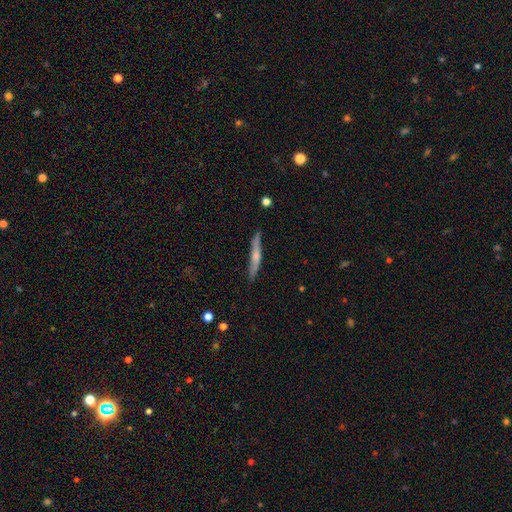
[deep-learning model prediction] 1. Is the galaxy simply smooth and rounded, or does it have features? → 49% featured or disk, 45% smooth, 6% star or artifact.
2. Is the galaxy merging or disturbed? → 84% none, 12% minor disturbance, 2% major disturbance, 2% merger.